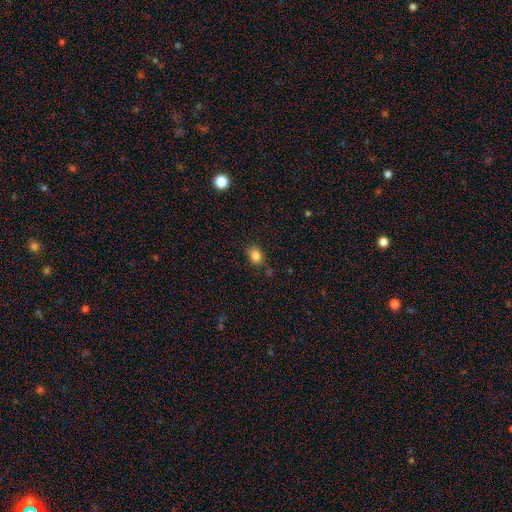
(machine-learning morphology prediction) smooth-or-featured: smooth: 83% | star or artifact: 12% | featured or disk: 5%
  how-rounded: round: 53% | in between: 45% | cigar-shaped: 1%
  merging: none: 75% | minor disturbance: 18% | major disturbance: 4% | merger: 3%